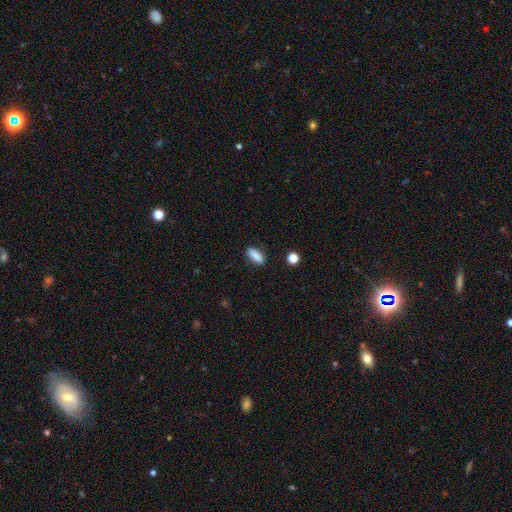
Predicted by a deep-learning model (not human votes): Q: Smooth or featured?
A: smooth (87%); runner-up: star or artifact (8%)
Q: How rounded?
A: in between (60%); runner-up: cigar-shaped (37%)
Q: Merging?
A: none (87%); runner-up: minor disturbance (9%)